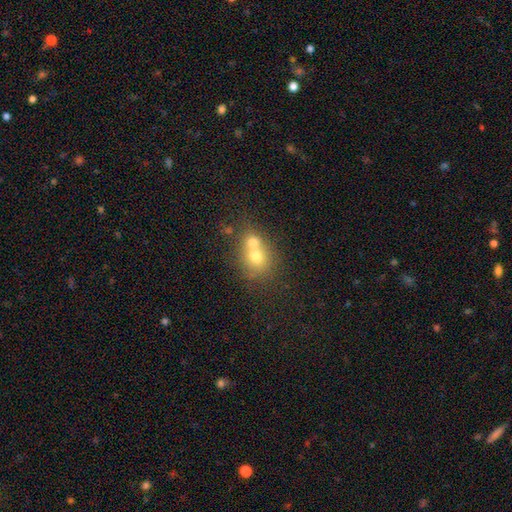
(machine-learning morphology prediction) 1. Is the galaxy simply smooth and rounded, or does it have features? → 66% smooth, 22% featured or disk, 12% star or artifact.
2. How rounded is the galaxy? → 71% round, 28% in between, 1% cigar-shaped.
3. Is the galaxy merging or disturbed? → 65% merger, 26% none, 6% minor disturbance, 3% major disturbance.